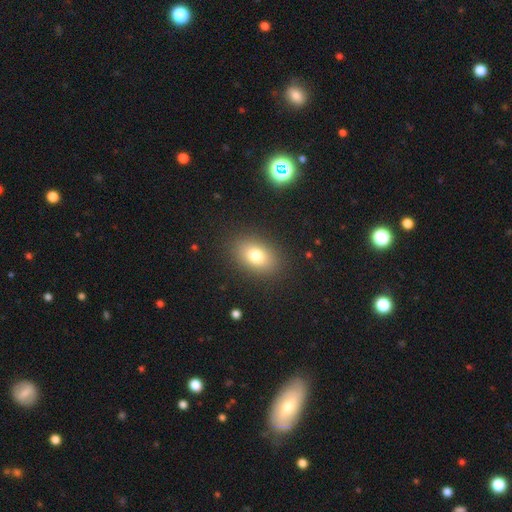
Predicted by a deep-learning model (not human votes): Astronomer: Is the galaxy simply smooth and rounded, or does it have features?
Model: smooth — 78%.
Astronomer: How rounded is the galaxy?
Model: in between — 81%.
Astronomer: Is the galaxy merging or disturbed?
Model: none — 87%.